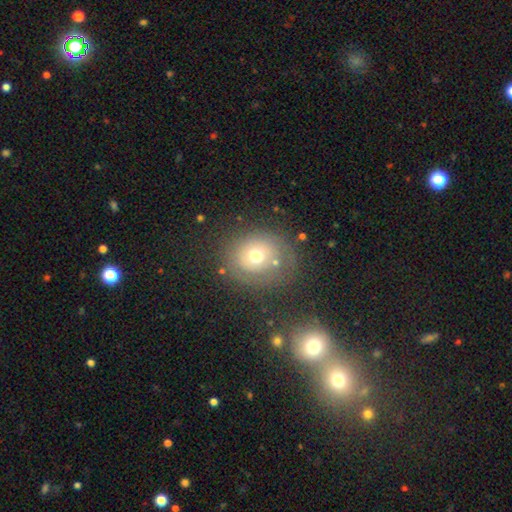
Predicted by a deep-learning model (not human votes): A smooth galaxy with no disk features (55%) that is round (79%). Merging: none (66%).